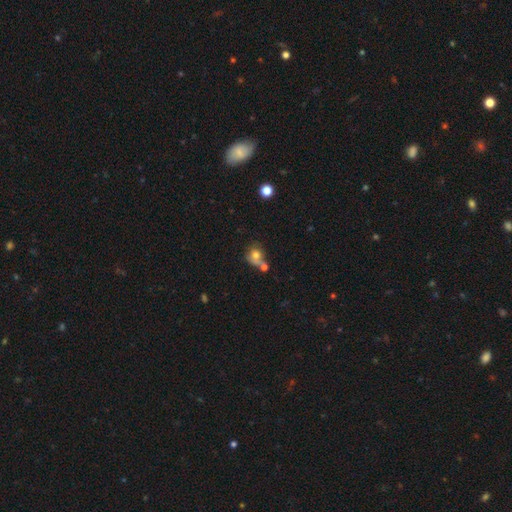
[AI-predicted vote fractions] Smooth or featured? Predicted: smooth (p=0.71). How rounded? Predicted: round (p=0.73). Merging? Predicted: merger (p=0.42).